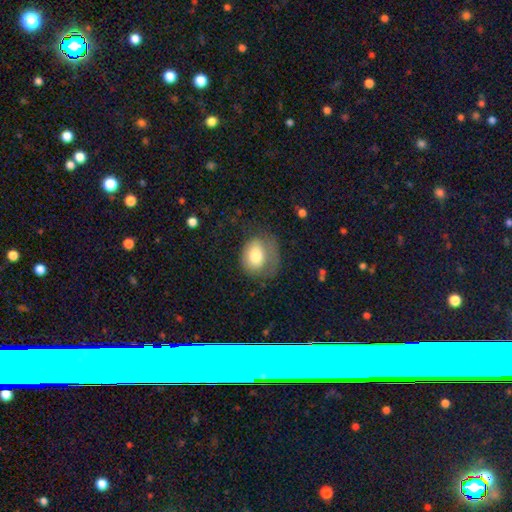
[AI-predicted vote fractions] Morphology: type=smooth (71%); roundness=round (53%); merging=none (39%).